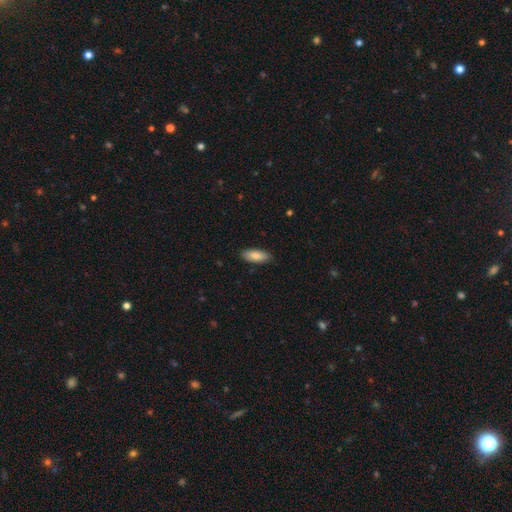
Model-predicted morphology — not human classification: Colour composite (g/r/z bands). It shows a smooth galaxy with no disk features (85%) that is in between round and cigar-shaped (78%). Merging: none (86%).